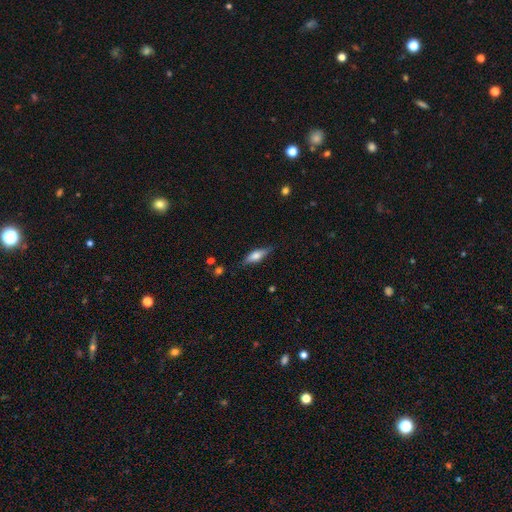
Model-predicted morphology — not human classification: The model was most divided on "how rounded": in between: 54%, cigar-shaped: 44%, round: 3%. More confident: merging — none (79%); smooth or featured — smooth (53%).